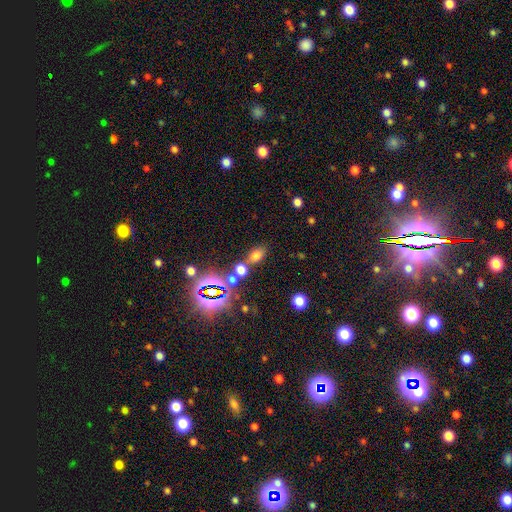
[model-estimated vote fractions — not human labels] smooth 64%, star or artifact 28%, featured or disk 8%. Down the decision tree: how rounded — in between (79%); merging — none (66%).